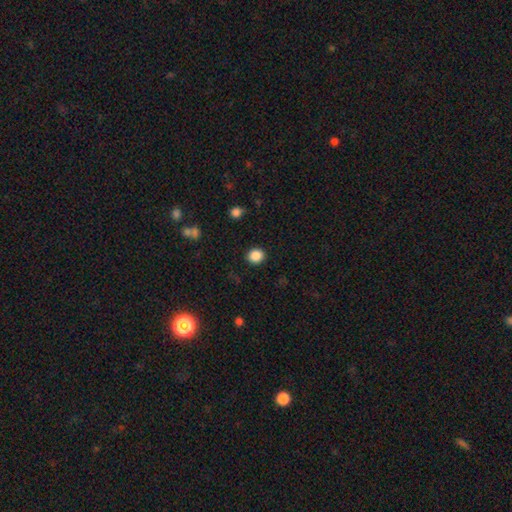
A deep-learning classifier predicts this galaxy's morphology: The model was most divided on "how rounded": round: 80%, in between: 19%, cigar-shaped: 1%. More confident: merging — none (90%); smooth or featured — smooth (87%).